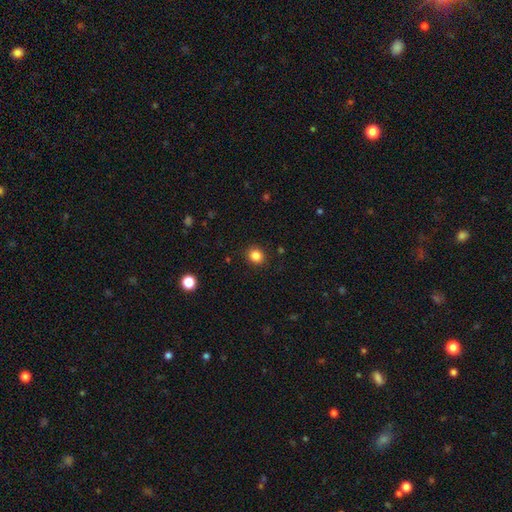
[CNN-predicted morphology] Smooth or featured? smooth (85%)
How rounded? round (83%)
Merging? none (90%)